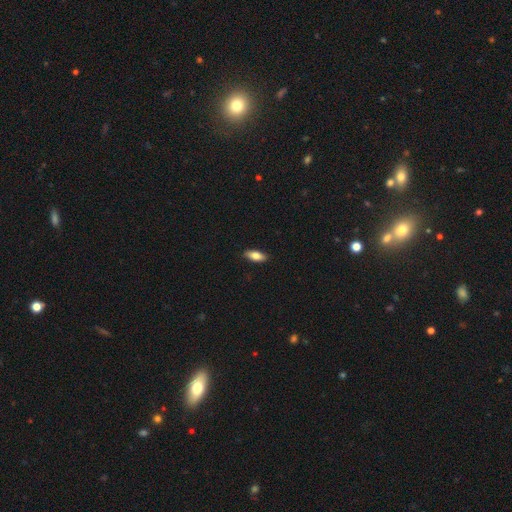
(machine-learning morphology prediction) This is clearly a smooth galaxy (81%). How rounded: clearly in between (82%). Merging: clearly none (88%).